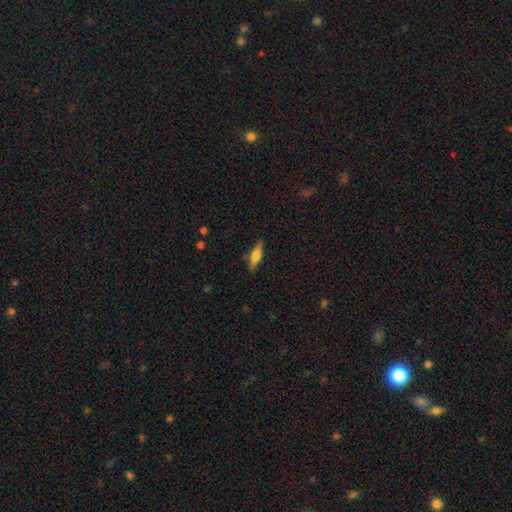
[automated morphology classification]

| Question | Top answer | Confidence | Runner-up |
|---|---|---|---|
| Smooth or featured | featured or disk | 56% | smooth (37%) |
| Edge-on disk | yes | 95% | no (5%) |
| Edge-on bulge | rounded | 84% | boxy (13%) |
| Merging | none | 83% | minor disturbance (12%) |